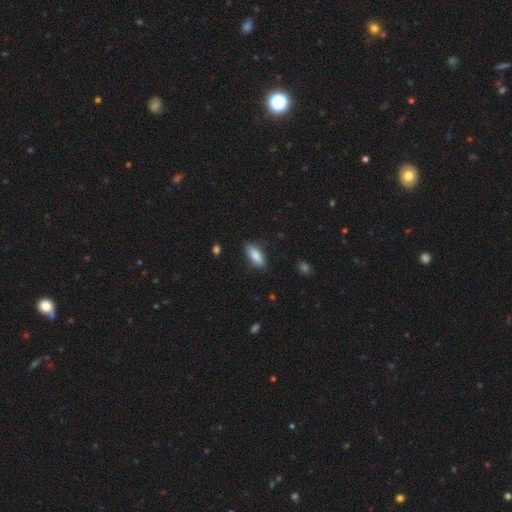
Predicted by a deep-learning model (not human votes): Morphology: type=smooth (86%); roundness=in between (72%); merging=none (84%).